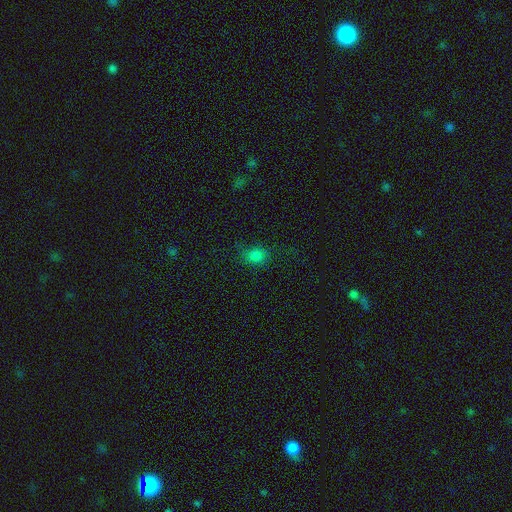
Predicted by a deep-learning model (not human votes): Smooth or featured? Predicted: smooth (p=0.78). How rounded? Predicted: round (p=0.59). Merging? Predicted: none (p=0.74).